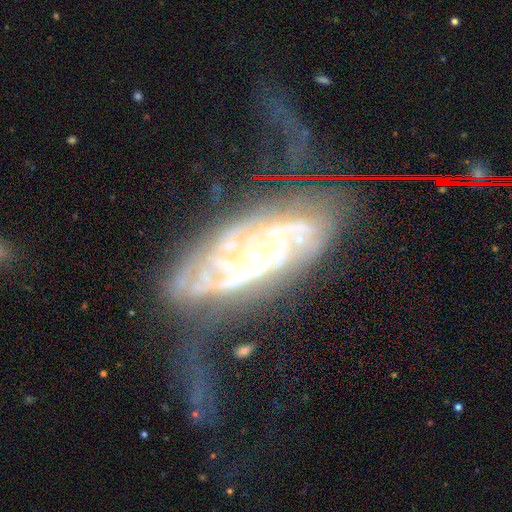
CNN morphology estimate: Smooth or featured: featured or disk — 86% (star or artifact — 7%)
Edge-on disk: no — 90% (yes — 10%)
Bar: no — 69% (weak — 20%)
Spiral arms: yes — 94% (no — 6%)
Spiral winding: tight — 65% (medium — 26%)
Spiral arm count: can't tell — 33% (2 — 29%)
Bulge size: small — 76% (moderate — 19%)
Merging: none — 38% (major disturbance — 31%)